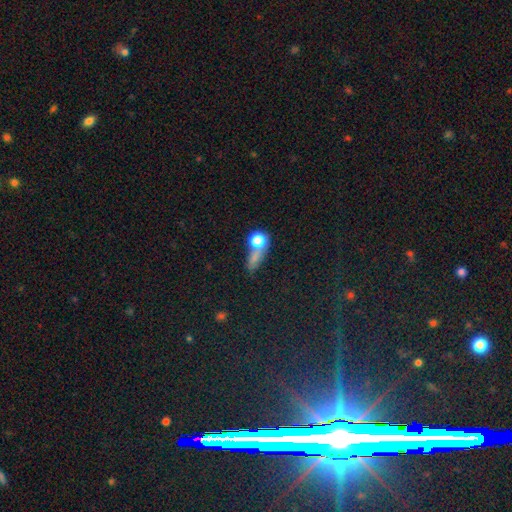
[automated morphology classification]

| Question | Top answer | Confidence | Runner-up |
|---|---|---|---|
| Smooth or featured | smooth | 66% | star or artifact (20%) |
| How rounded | round | 48% | in between (35%) |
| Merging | none | 41% | merger (30%) |